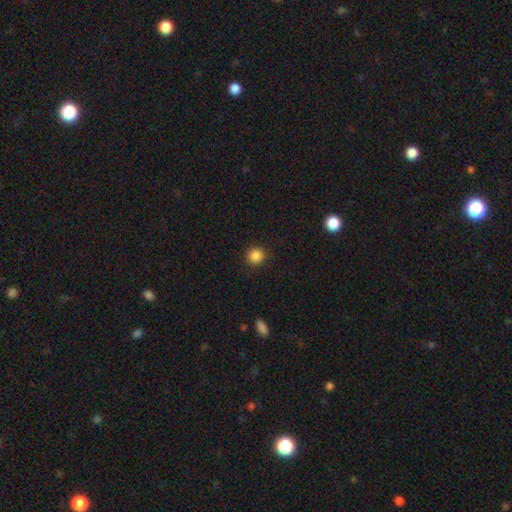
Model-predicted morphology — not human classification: Smooth or featured: smooth — 87% (star or artifact — 10%)
How rounded: round — 94% (in between — 5%)
Merging: none — 92% (minor disturbance — 5%)